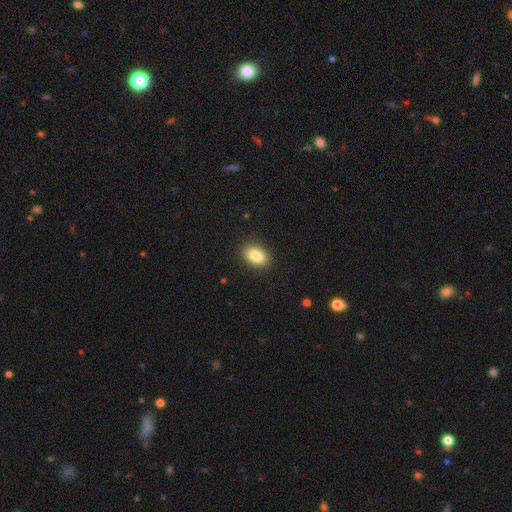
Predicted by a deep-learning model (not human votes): Smooth or featured? smooth (85%)
How rounded? in between (84%)
Merging? none (89%)